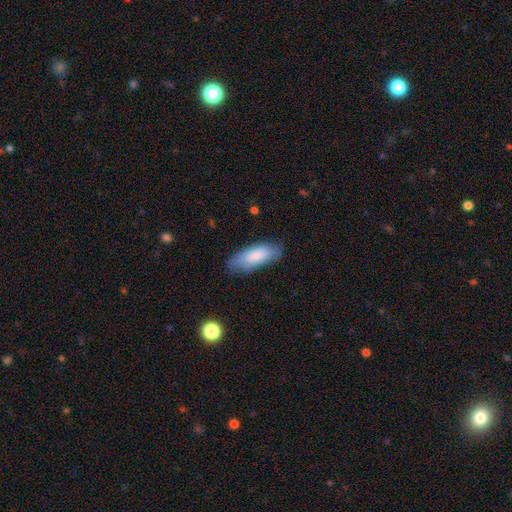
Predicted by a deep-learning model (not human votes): Smooth or featured? smooth (79%)
How rounded? in between (73%)
Merging? none (76%)